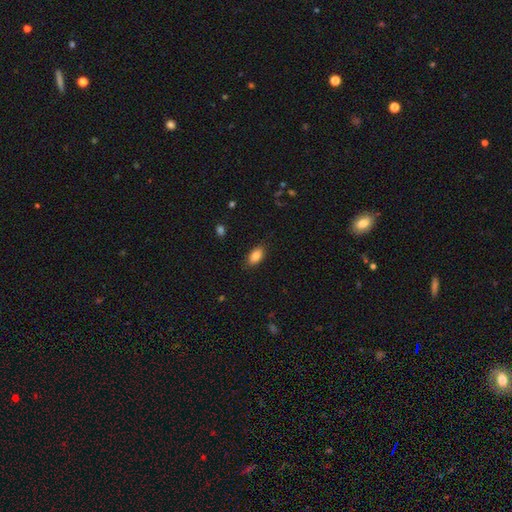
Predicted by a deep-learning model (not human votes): Smooth or featured? Predicted: smooth (p=0.84). How rounded? Predicted: in between (p=0.91). Merging? Predicted: none (p=0.85).